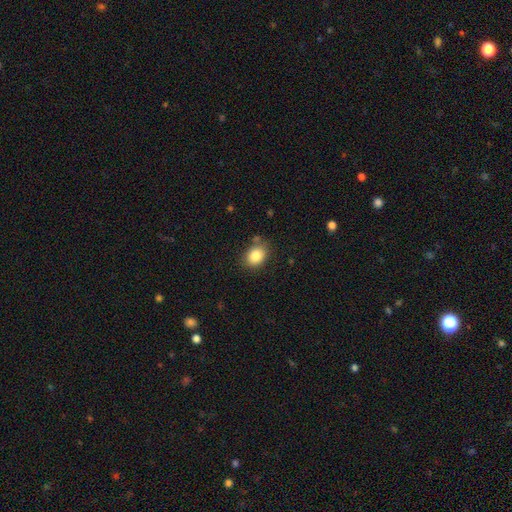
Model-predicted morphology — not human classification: type=smooth (85%); roundness=in between (53%); merging=none (78%).